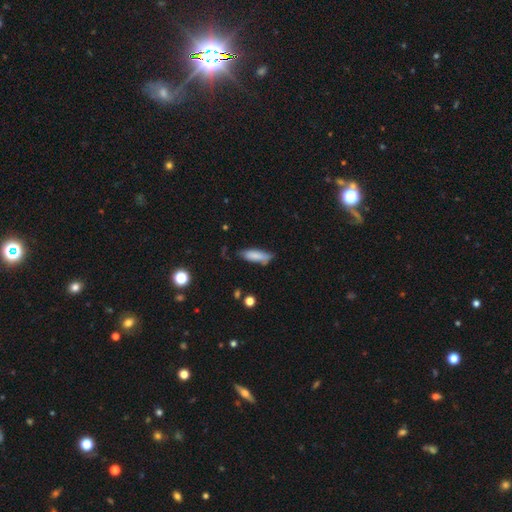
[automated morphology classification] Smooth or featured? Predicted: smooth (p=0.81). How rounded? Predicted: in between (p=0.54). Merging? Predicted: none (p=0.63).